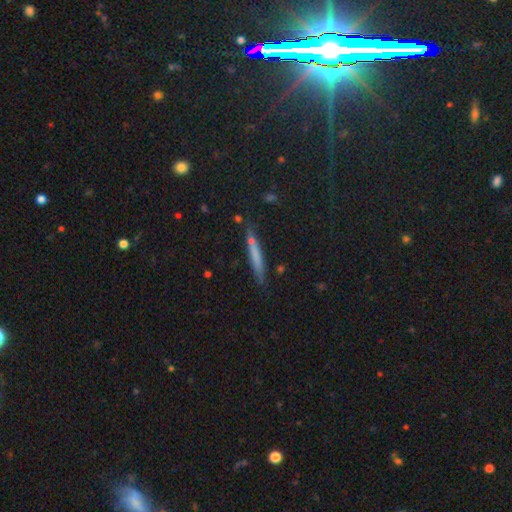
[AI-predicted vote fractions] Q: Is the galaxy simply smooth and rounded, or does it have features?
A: smooth — 63%.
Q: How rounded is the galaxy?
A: cigar-shaped — 94%.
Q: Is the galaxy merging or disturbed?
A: none — 78%.